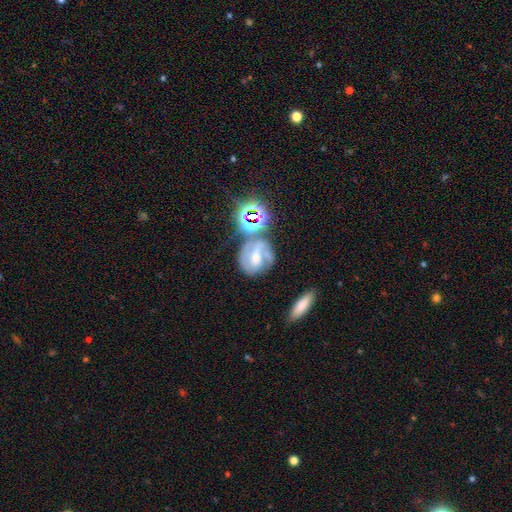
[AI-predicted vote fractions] Smooth or featured? Predicted: featured or disk (p=0.61). Edge-on disk? Predicted: no (p=0.97). Bar? Predicted: weak (p=0.41). Spiral arms? Predicted: yes (p=0.82). Bulge size? Predicted: moderate (p=0.44). Merging? Predicted: none (p=0.41).